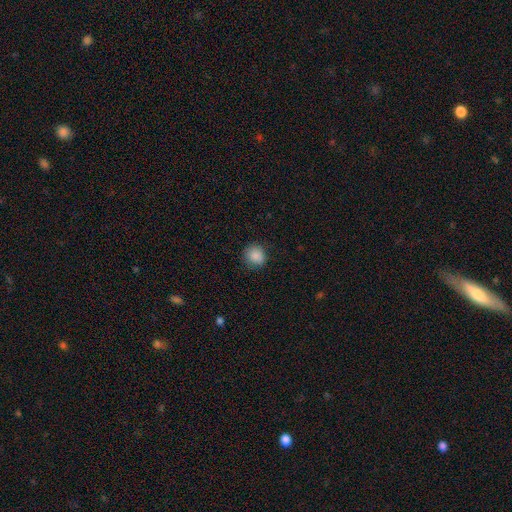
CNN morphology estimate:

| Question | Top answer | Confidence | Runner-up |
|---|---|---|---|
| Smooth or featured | smooth | 88% | star or artifact (9%) |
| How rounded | round | 86% | in between (13%) |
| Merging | none | 84% | minor disturbance (12%) |